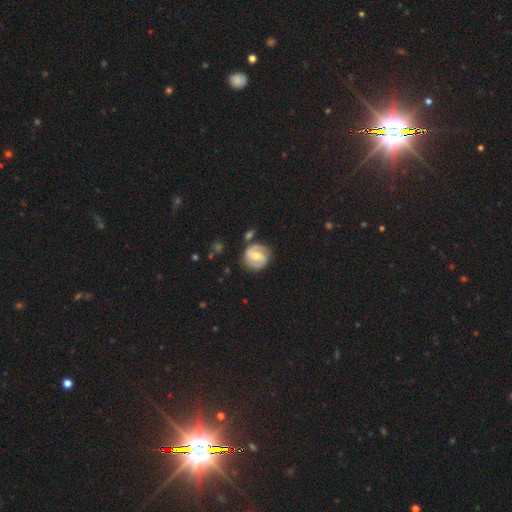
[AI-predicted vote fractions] Q: Smooth or featured?
A: featured or disk (66%); runner-up: smooth (29%)
Q: Edge-on disk?
A: no (97%); runner-up: yes (3%)
Q: Bar?
A: weak (48%); runner-up: no (31%)
Q: Spiral arms?
A: yes (85%); runner-up: no (15%)
Q: Spiral winding?
A: tight (44%); runner-up: medium (41%)
Q: Spiral arm count?
A: 2 (81%); runner-up: can't tell (10%)
Q: Bulge size?
A: moderate (63%); runner-up: small (31%)
Q: Merging?
A: none (74%); runner-up: minor disturbance (15%)